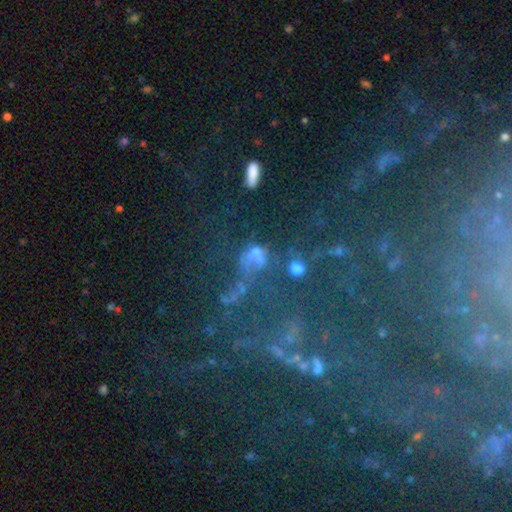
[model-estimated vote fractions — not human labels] Smooth or featured? Predicted: star or artifact (p=0.43).